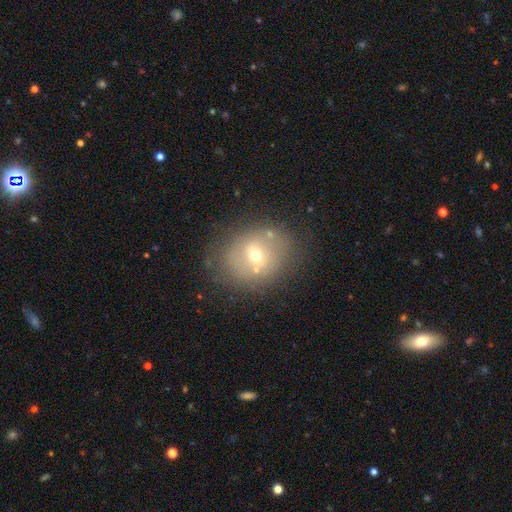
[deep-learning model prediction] smooth-or-featured: smooth: 47% | featured or disk: 38% | star or artifact: 15%
  merging: none: 72% | minor disturbance: 16% | major disturbance: 6% | merger: 6%